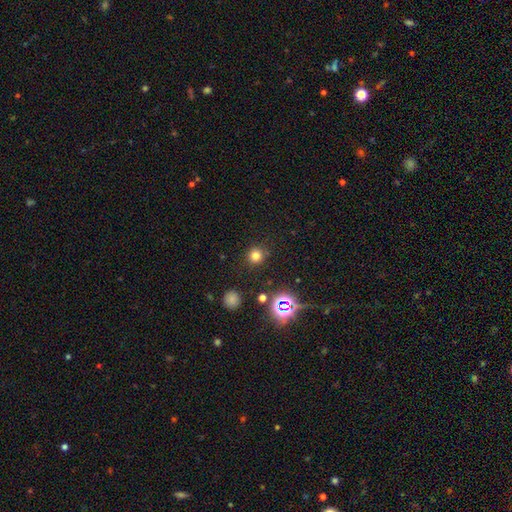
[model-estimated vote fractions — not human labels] smooth 72%, star or artifact 22%, featured or disk 6%. Down the decision tree: how rounded — round (91%); merging — none (86%).